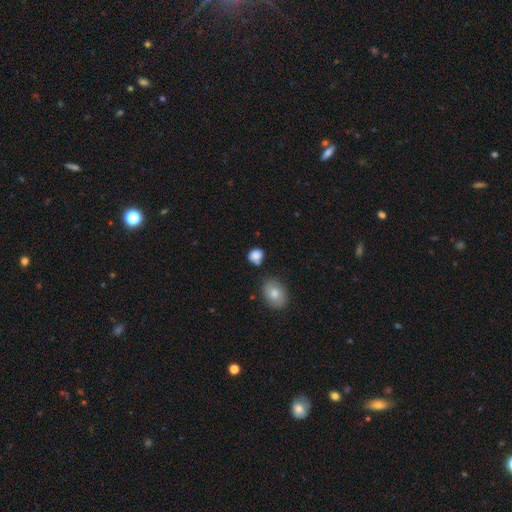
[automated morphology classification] Smooth or featured?
  - smooth: 85% *
  - star or artifact: 10%
  - featured or disk: 5%
How rounded?
  - round: 69% *
  - in between: 29%
  - cigar-shaped: 1%
Merging?
  - none: 67% *
  - minor disturbance: 19%
  - merger: 8%
  - major disturbance: 5%